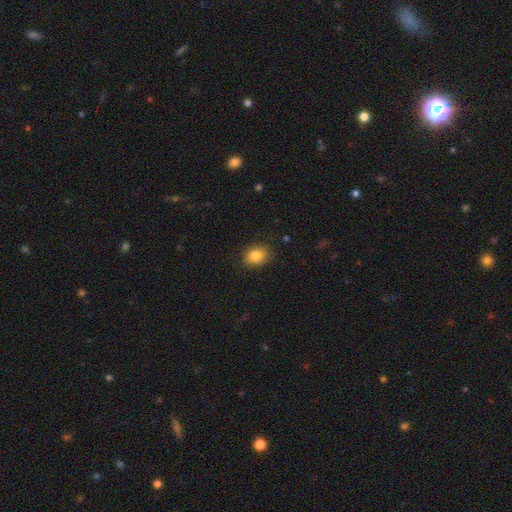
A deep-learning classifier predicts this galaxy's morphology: Smooth or featured: smooth — 84% (star or artifact — 9%)
How rounded: in between — 62% (round — 37%)
Merging: none — 86% (minor disturbance — 10%)